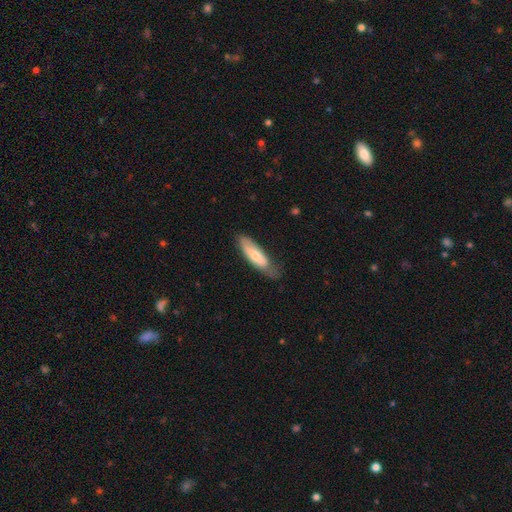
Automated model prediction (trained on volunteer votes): Smooth or featured? smooth (64%)
How rounded? in between (50%)
Merging? none (56%)